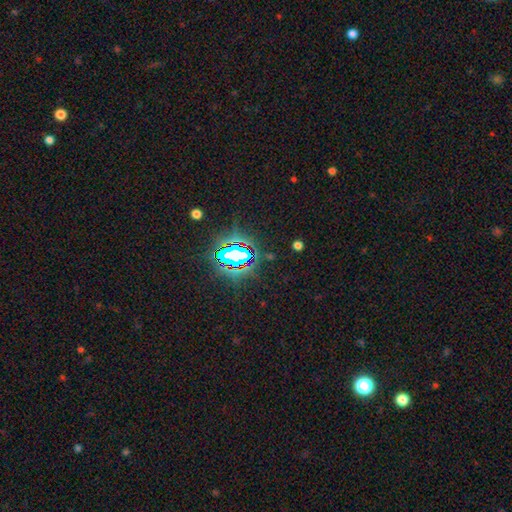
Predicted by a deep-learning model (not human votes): Overall: star or artifact (85%).